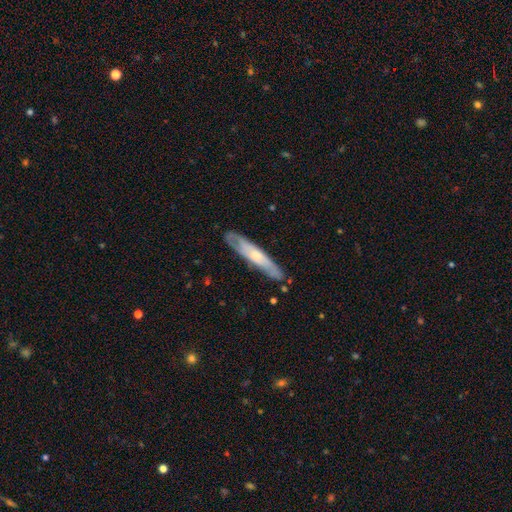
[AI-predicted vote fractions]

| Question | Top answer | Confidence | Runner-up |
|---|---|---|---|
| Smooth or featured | featured or disk | 54% | smooth (40%) |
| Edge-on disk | yes | 63% | no (37%) |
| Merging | none | 80% | minor disturbance (16%) |